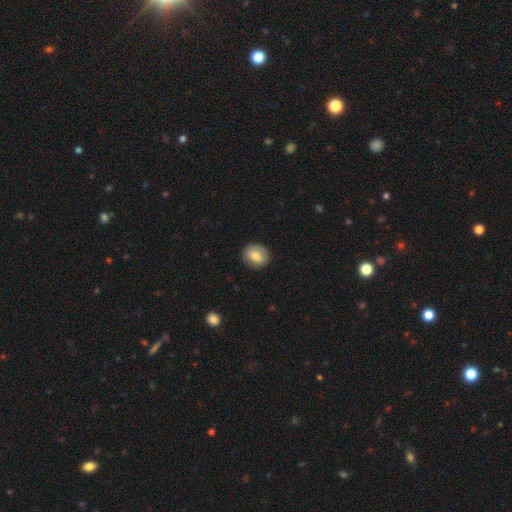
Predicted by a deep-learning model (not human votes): Morphology: type=smooth (78%); roundness=round (68%); merging=none (87%).